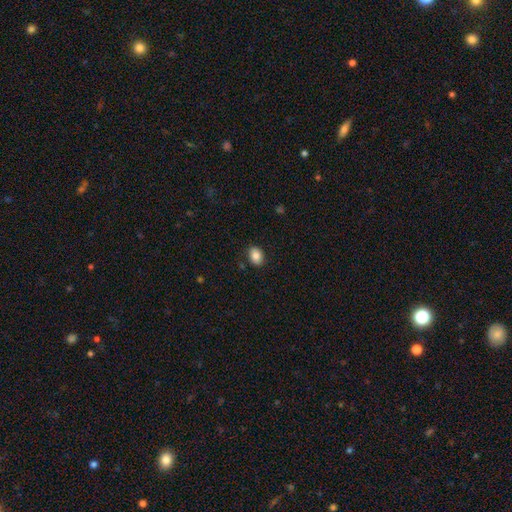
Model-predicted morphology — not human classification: type=smooth (83%); roundness=in between (70%); merging=none (86%).